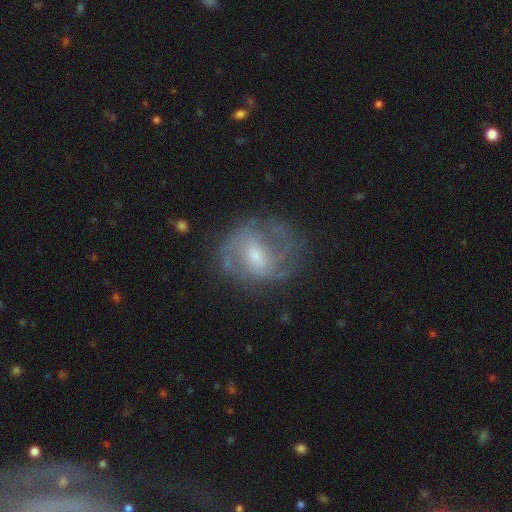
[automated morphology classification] The model was most divided on "bulge size": small: 46%, moderate: 43%, none: 5%, large: 5%, dominant: 1%. Remaining: edge-on disk — no (97%); spiral arms — yes (84%); smooth or featured — featured or disk (75%); merging — none (61%); spiral arm count — 2 (61%); bar — weak (53%); spiral winding — medium (48%).